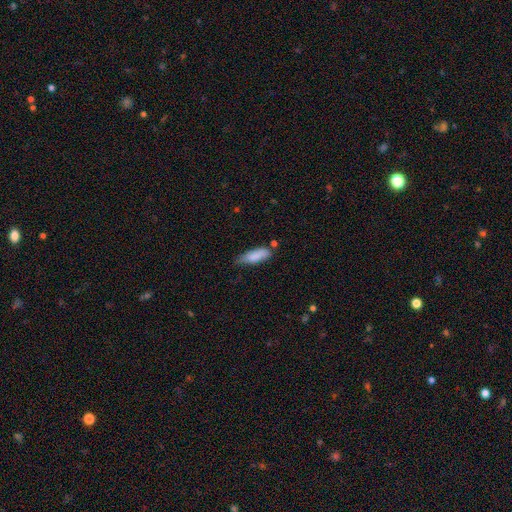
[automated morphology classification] A smooth galaxy with no disk features (83%) that is in between round and cigar-shaped (55%). Merging: none (52%).